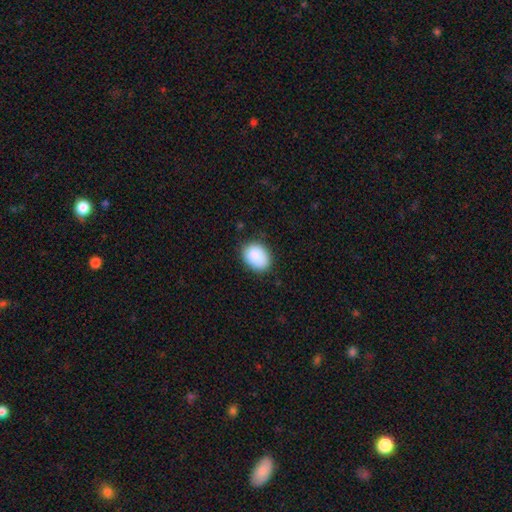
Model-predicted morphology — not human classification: Overall: smooth (86%). How rounded: in between (69%; round 30%). Merging: none (76%).